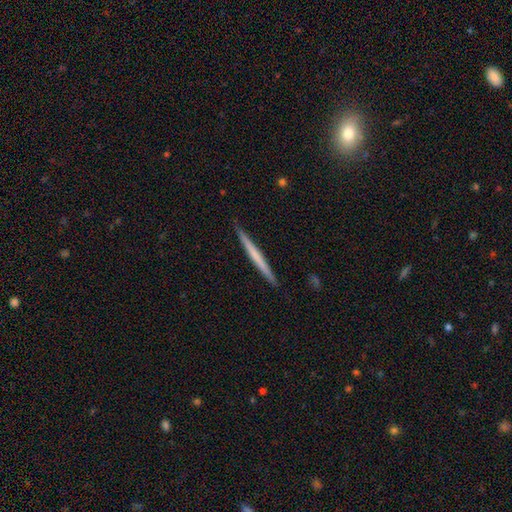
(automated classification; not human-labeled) smooth 50%, featured or disk 45%, star or artifact 5%. Down the decision tree: how rounded — cigar-shaped (97%); merging — none (92%).